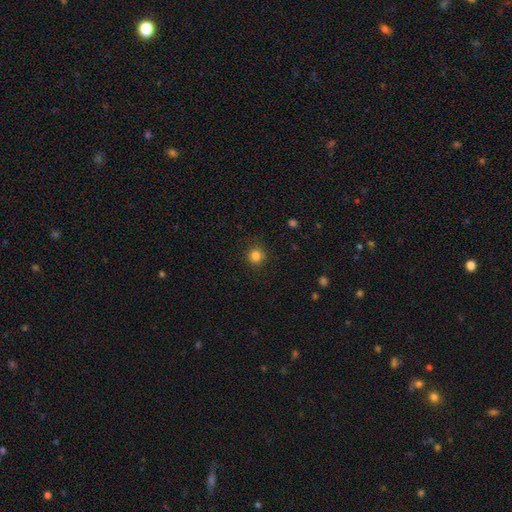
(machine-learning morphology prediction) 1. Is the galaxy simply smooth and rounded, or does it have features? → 83% smooth, 12% star or artifact, 4% featured or disk.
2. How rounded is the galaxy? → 91% round, 8% in between, 1% cigar-shaped.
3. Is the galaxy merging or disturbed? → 88% none, 8% minor disturbance, 3% major disturbance, 1% merger.